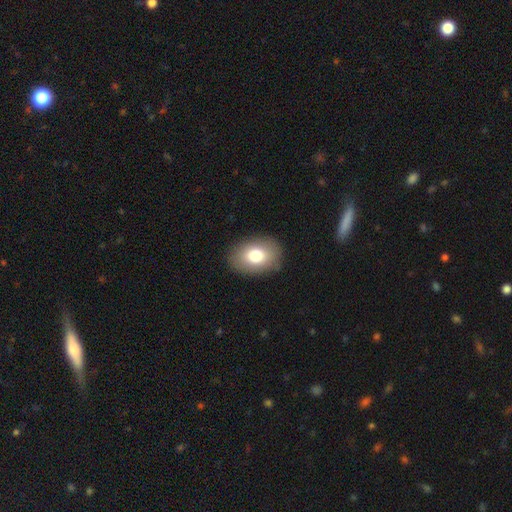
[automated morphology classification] smooth-or-featured: smooth: 78% | featured or disk: 14% | star or artifact: 9%
  how-rounded: in between: 77% | round: 22% | cigar-shaped: 1%
  merging: none: 87% | minor disturbance: 9% | major disturbance: 3% | merger: 1%